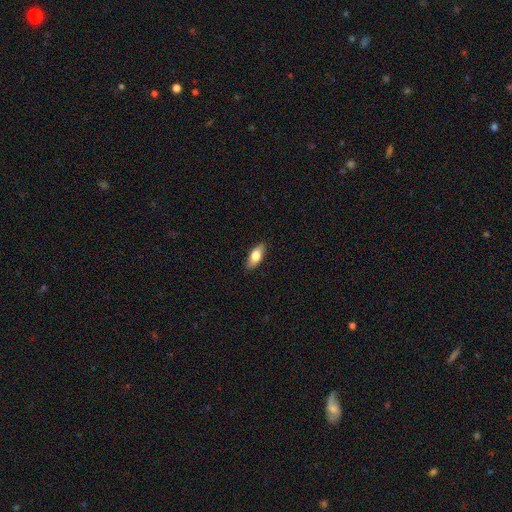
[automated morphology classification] smooth_or_featured: smooth (p=0.73) [alt: featured or disk p=0.20]
how_rounded: in between (p=0.81) [alt: cigar-shaped p=0.15]
merging: none (p=0.87) [alt: minor disturbance p=0.10]